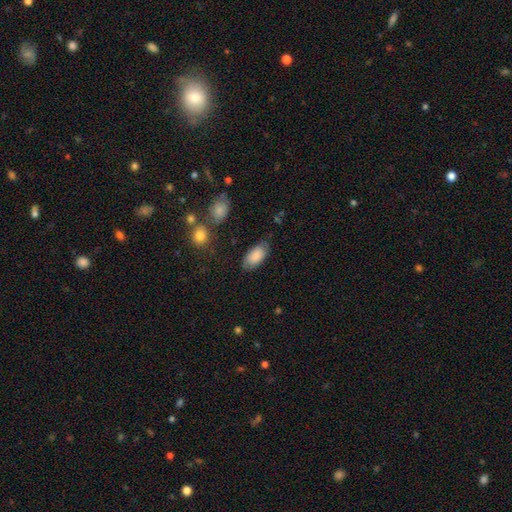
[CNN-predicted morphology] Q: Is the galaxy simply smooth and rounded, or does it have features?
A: smooth — 84%.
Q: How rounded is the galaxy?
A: in between — 94%.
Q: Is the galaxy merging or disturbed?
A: none — 76%.